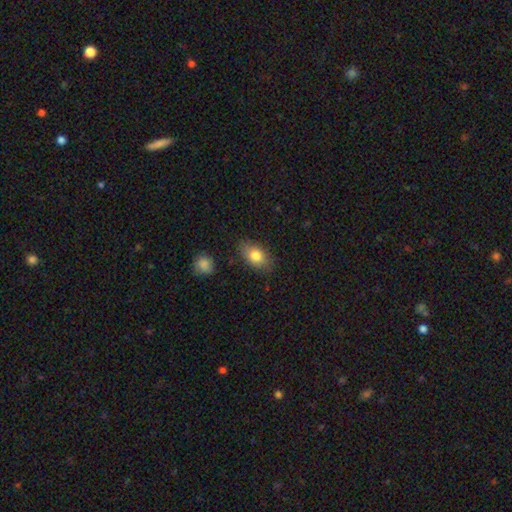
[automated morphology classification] This is clearly a smooth galaxy (80%). How rounded: clearly in between (86%). Merging: likely none (79%).